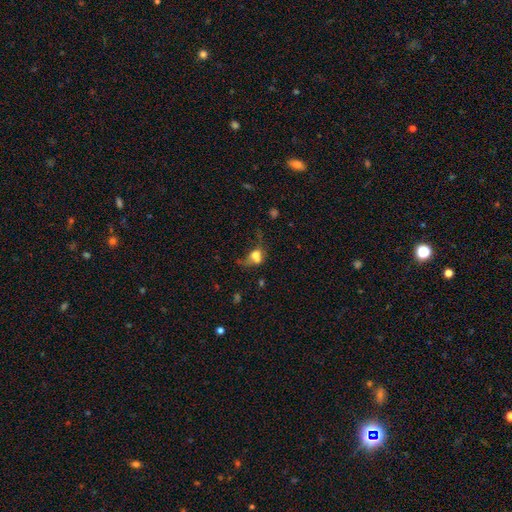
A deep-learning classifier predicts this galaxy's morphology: Smooth or featured: smooth — 63% (featured or disk — 22%)
How rounded: in between — 55% (round — 41%)
Merging: major disturbance — 31% (merger — 30%)